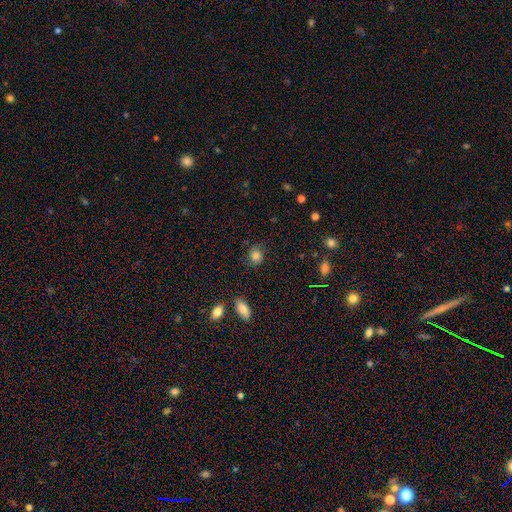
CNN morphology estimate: This appears to be a smooth galaxy with no disk features (78%) that is round (68%). Merging: none (72%).